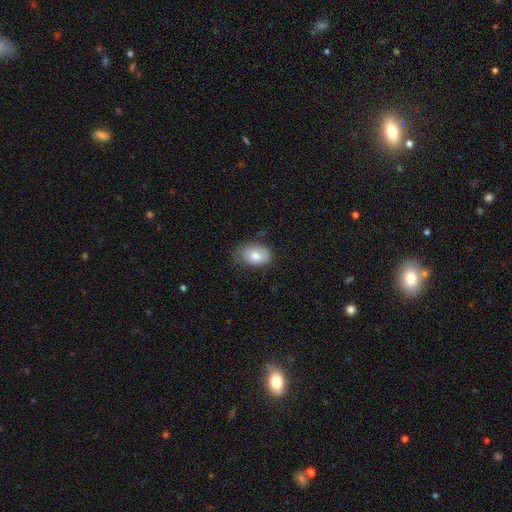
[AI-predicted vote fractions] The model was most divided on "merging": none: 61%, minor disturbance: 31%, major disturbance: 7%, merger: 1%. More confident: how rounded — in between (86%); smooth or featured — smooth (79%).